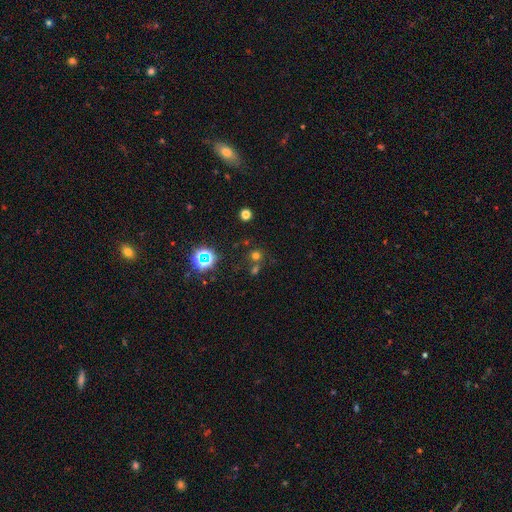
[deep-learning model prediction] Morphology: type=smooth (52%); roundness=round (89%); merging=none (61%).